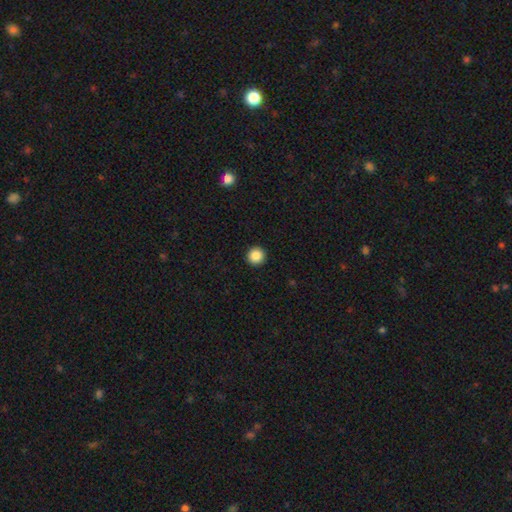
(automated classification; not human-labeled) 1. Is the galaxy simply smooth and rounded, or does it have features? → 87% smooth, 10% star or artifact, 4% featured or disk.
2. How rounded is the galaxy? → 96% round, 3% in between, 1% cigar-shaped.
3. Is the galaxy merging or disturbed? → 94% none, 4% minor disturbance, 1% major disturbance, 1% merger.